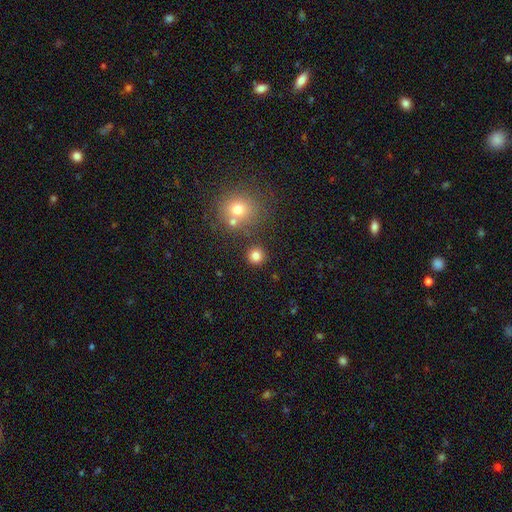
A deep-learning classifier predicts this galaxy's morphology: smooth-or-featured: smooth: 81% | star or artifact: 13% | featured or disk: 6%
  how-rounded: round: 93% | in between: 6% | cigar-shaped: 1%
  merging: none: 85% | minor disturbance: 6% | merger: 6% | major disturbance: 3%